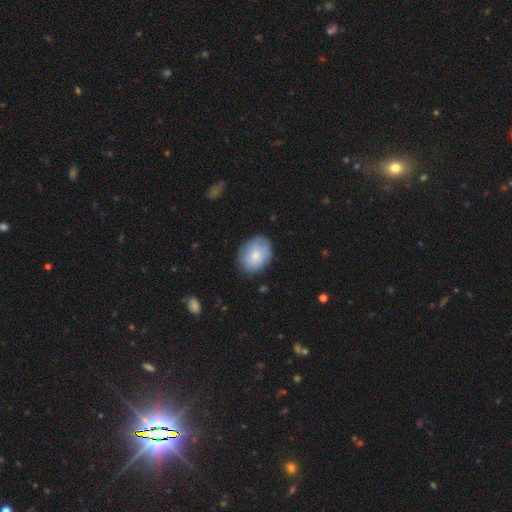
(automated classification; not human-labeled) This appears to be a smooth galaxy with no disk features (74%) that is in between round and cigar-shaped (61%). Merging: none (77%).